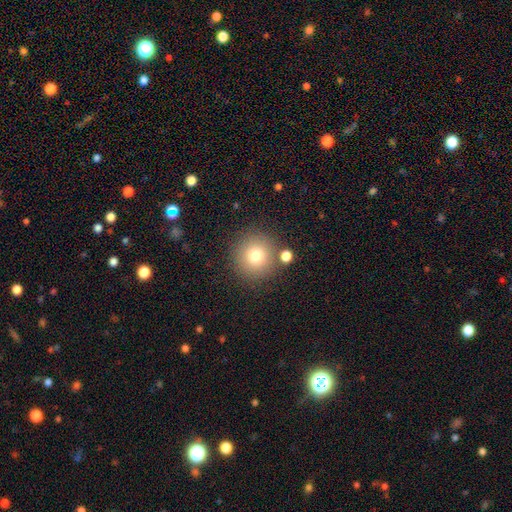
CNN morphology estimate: Overall: smooth (77%). How rounded: round (94%). Merging: none (83%).